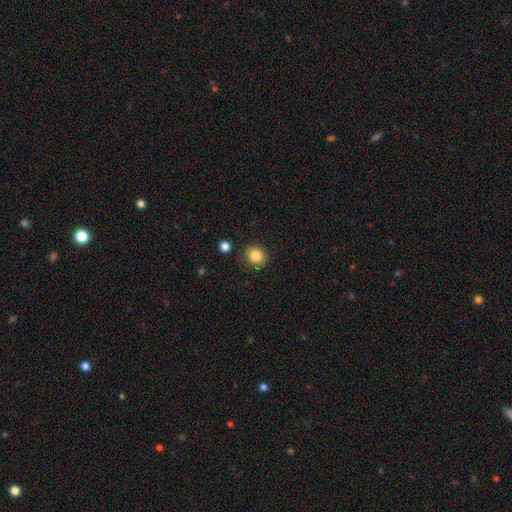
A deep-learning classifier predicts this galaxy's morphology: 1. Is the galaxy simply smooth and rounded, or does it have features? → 85% smooth, 10% star or artifact, 5% featured or disk.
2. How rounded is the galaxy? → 79% round, 20% in between, 1% cigar-shaped.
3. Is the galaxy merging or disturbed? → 87% none, 8% minor disturbance, 2% merger, 2% major disturbance.